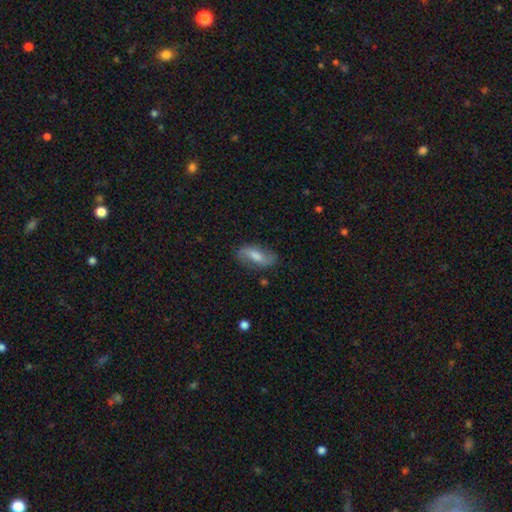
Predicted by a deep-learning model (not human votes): This is possibly a featured or disk galaxy (56%). It is clearly not viewed edge-on (93%). Bar: possibly weak (45%). Spiral arm pattern: clearly yes (88%). Central bulge: marginally moderate (39%). Merging: likely none (76%).